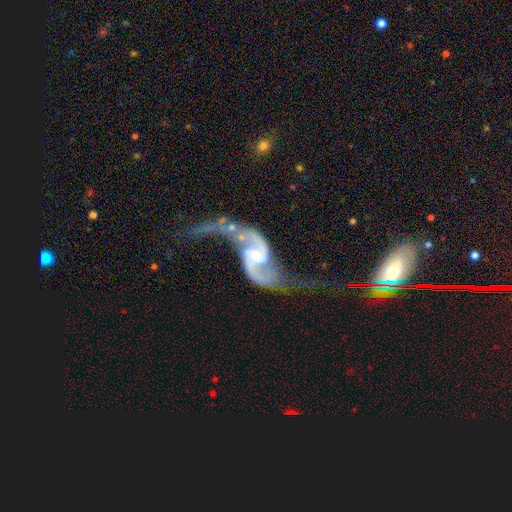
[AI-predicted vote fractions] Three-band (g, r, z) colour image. It shows a featured or disk galaxy (91%) with a weak bar (48%), 2 (93%) loose (73%) spiral arms (96%) and a small central bulge (45%). Merging: none (36%).